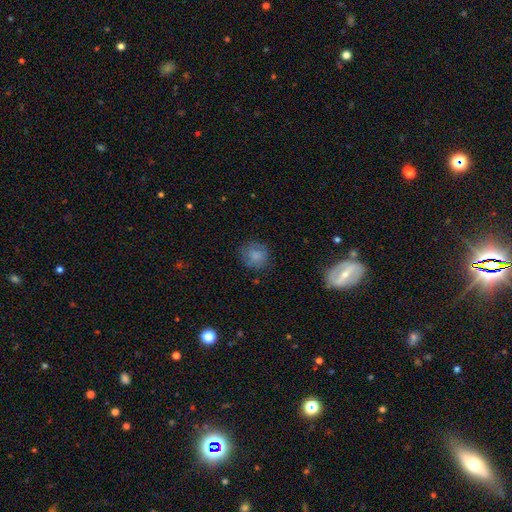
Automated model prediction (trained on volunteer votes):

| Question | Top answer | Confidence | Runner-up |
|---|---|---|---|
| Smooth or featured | smooth | 78% | featured or disk (12%) |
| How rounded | round | 85% | in between (14%) |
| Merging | none | 75% | minor disturbance (17%) |